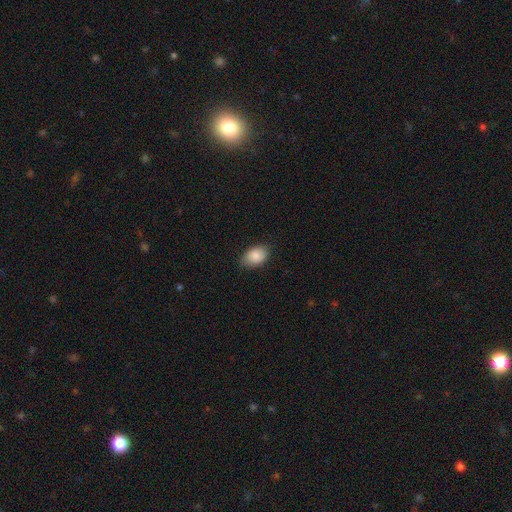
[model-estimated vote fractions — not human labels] smooth 87%, star or artifact 7%, featured or disk 7%. Down the decision tree: how rounded — in between (87%); merging — none (78%).